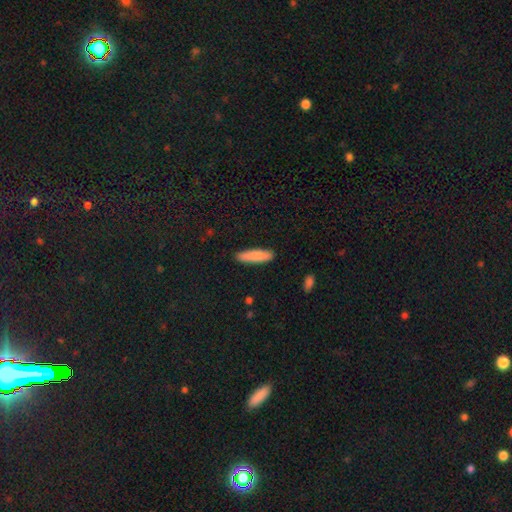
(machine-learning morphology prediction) Smooth or featured?
  - smooth: 86% *
  - featured or disk: 8%
  - star or artifact: 6%
How rounded?
  - cigar-shaped: 79% *
  - in between: 19%
  - round: 1%
Merging?
  - none: 89% *
  - minor disturbance: 8%
  - major disturbance: 2%
  - merger: 1%